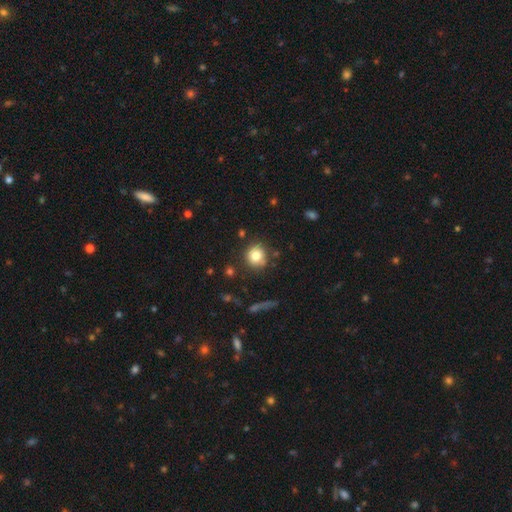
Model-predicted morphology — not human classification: Overall: smooth (80%). How rounded: round (87%). Merging: none (82%).